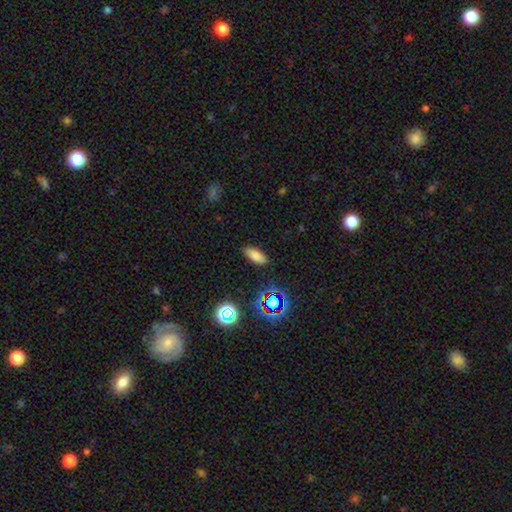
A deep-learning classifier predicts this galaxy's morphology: type=smooth (77%); roundness=in between (83%); merging=none (87%).